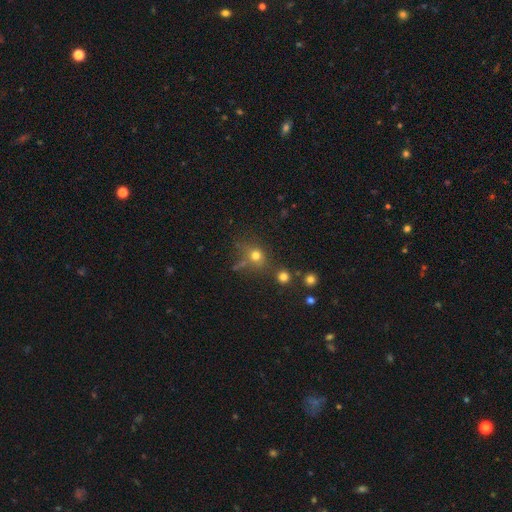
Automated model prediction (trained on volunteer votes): smooth-or-featured: smooth: 70% | star or artifact: 20% | featured or disk: 10%
  how-rounded: round: 78% | in between: 21% | cigar-shaped: 1%
  merging: none: 64% | merger: 14% | minor disturbance: 14% | major disturbance: 8%